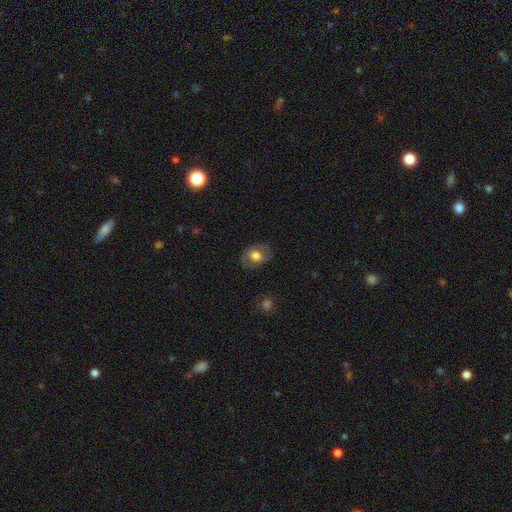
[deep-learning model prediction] This is likely a smooth galaxy (65%). How rounded: likely in between (68%). Merging: likely none (77%).